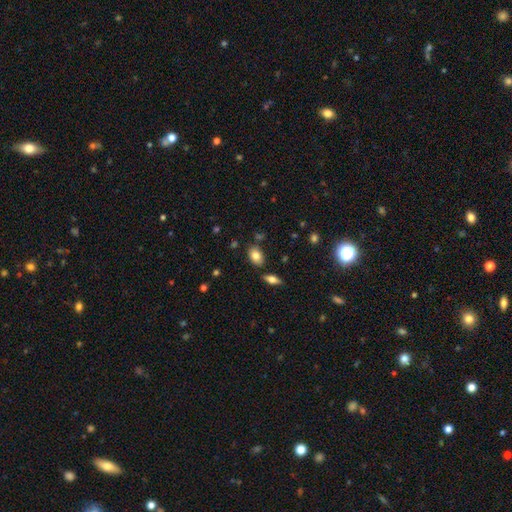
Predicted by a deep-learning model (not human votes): Morphology: type=smooth (79%); roundness=in between (82%); merging=none (78%).